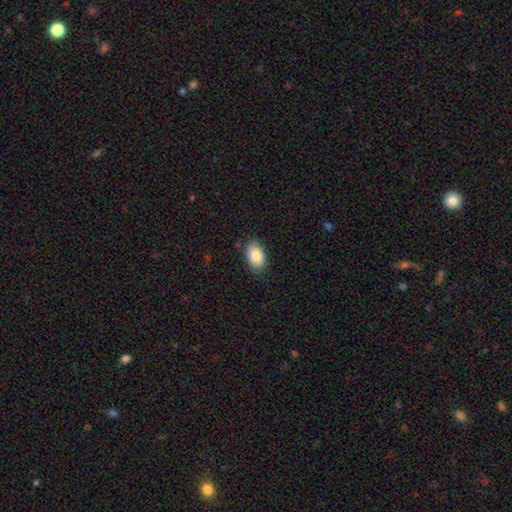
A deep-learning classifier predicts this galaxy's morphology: Smooth or featured? smooth (85%)
How rounded? in between (91%)
Merging? none (83%)